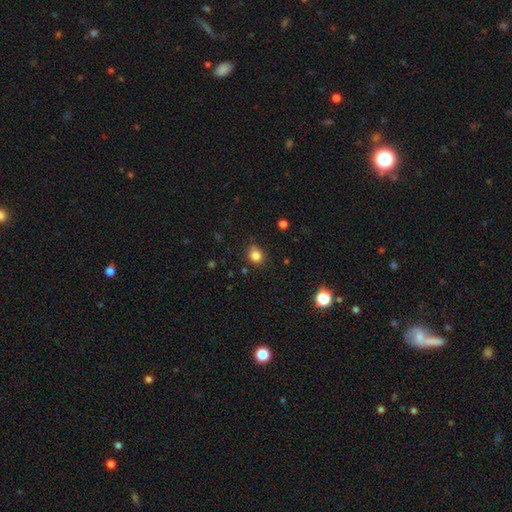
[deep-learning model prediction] Smooth or featured?
  - smooth: 83% *
  - star or artifact: 12%
  - featured or disk: 5%
How rounded?
  - round: 81% *
  - in between: 18%
  - cigar-shaped: 1%
Merging?
  - none: 81% *
  - minor disturbance: 14%
  - major disturbance: 3%
  - merger: 3%